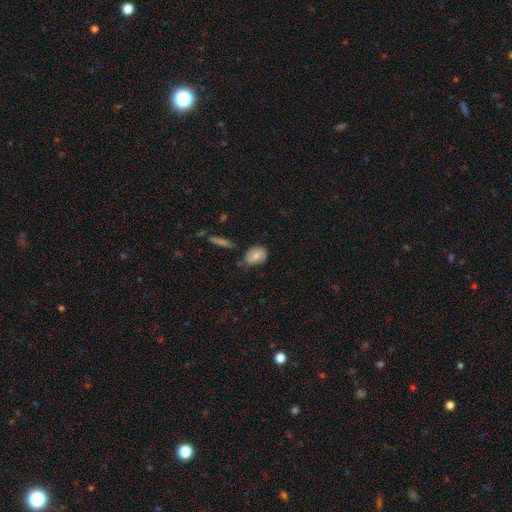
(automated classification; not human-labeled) A smooth galaxy with no disk features (76%) that is in between round and cigar-shaped (64%). Merging: none (66%).